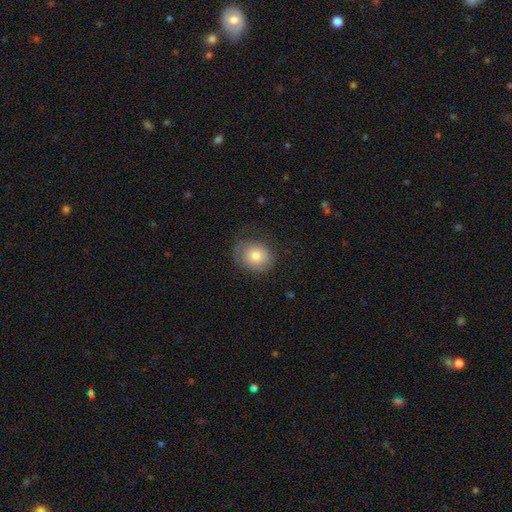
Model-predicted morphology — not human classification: Smooth or featured: smooth — 72% (featured or disk — 20%)
How rounded: round — 59% (in between — 40%)
Merging: none — 67% (minor disturbance — 22%)